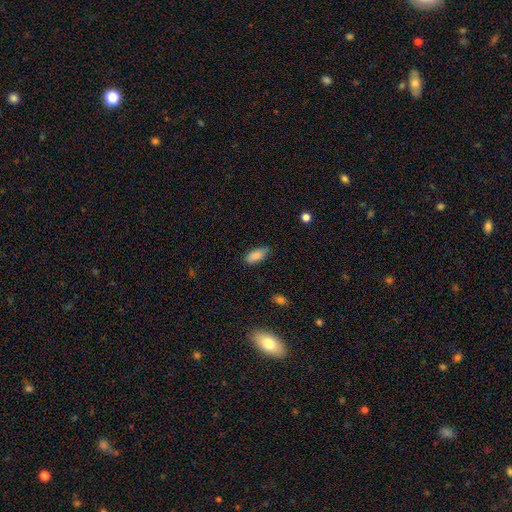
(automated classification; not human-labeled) smooth_or_featured: smooth (p=0.86) [alt: star or artifact p=0.07]
how_rounded: in between (p=0.85) [alt: cigar-shaped p=0.13]
merging: none (p=0.77) [alt: minor disturbance p=0.19]